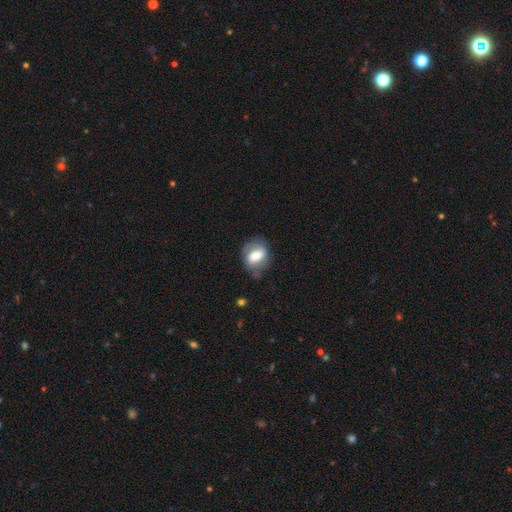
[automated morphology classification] smooth_or_featured: smooth (p=0.56) [alt: featured or disk p=0.36]
how_rounded: in between (p=0.69) [alt: round p=0.29]
merging: none (p=0.57) [alt: minor disturbance p=0.28]